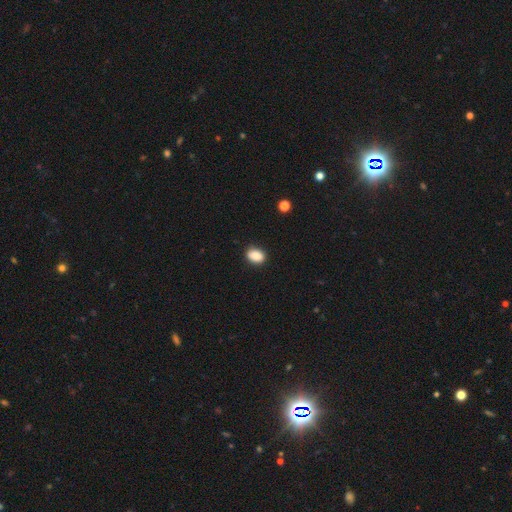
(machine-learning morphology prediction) A smooth galaxy with no disk features (89%) that is in between round and cigar-shaped (77%).

Vote fractions:
- Smooth or featured? smooth: 89% / star or artifact: 8% / featured or disk: 3%
- How rounded? in between: 77% / round: 22% / cigar-shaped: 1%
- Merging? none: 87% / minor disturbance: 10% / major disturbance: 2% / merger: 1%